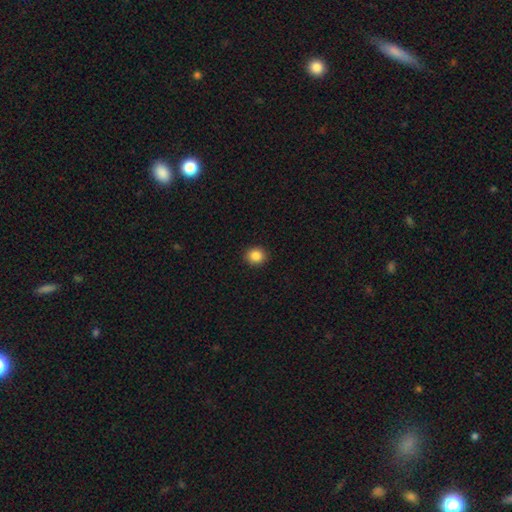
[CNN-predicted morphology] Smooth or featured?
  - smooth: 86% *
  - star or artifact: 10%
  - featured or disk: 4%
How rounded?
  - round: 88% *
  - in between: 11%
  - cigar-shaped: 1%
Merging?
  - none: 92% *
  - minor disturbance: 5%
  - major disturbance: 2%
  - merger: 1%